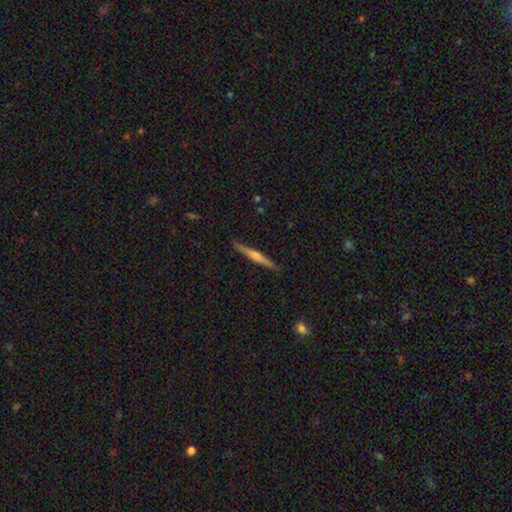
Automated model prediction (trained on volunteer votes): featured or disk 72%, smooth 23%, star or artifact 6%. Down the decision tree: edge-on disk — yes (98%); edge-on bulge — rounded (78%); merging — none (91%).